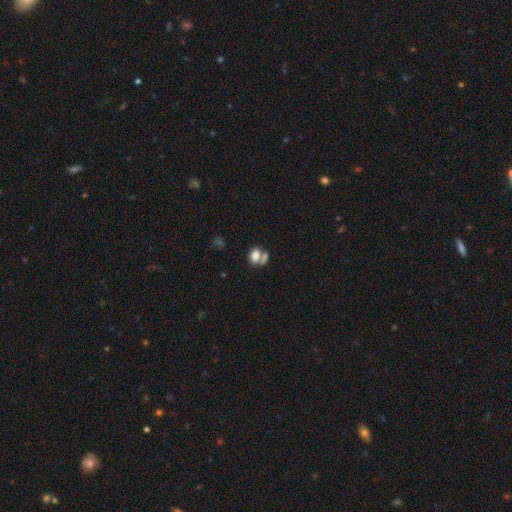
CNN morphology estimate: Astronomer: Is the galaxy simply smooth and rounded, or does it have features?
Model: smooth — 77%.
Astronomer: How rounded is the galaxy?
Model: in between — 70%.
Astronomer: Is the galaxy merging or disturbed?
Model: merger — 46% (runner-up: none, 37%).